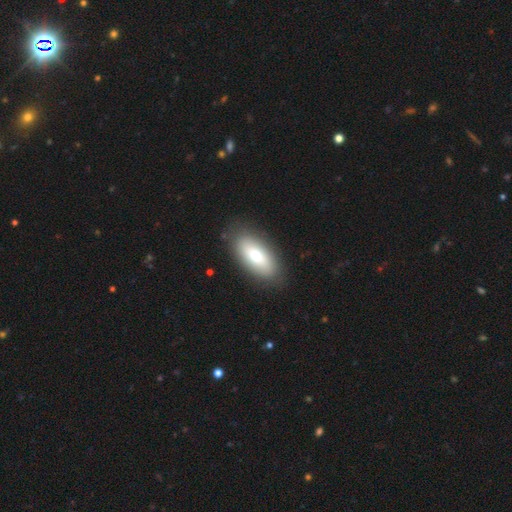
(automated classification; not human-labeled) Smooth or featured?
  - smooth: 68% *
  - featured or disk: 25%
  - star or artifact: 7%
How rounded?
  - in between: 89% *
  - cigar-shaped: 8%
  - round: 3%
Merging?
  - none: 87% *
  - minor disturbance: 9%
  - major disturbance: 3%
  - merger: 1%